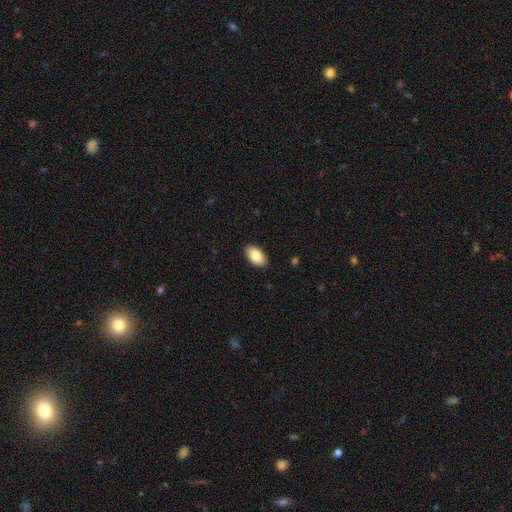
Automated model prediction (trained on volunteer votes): smooth 85%, featured or disk 8%, star or artifact 7%. Down the decision tree: how rounded — in between (94%); merging — none (89%).